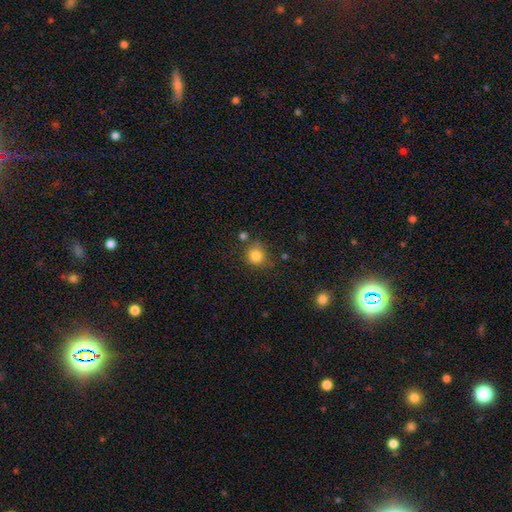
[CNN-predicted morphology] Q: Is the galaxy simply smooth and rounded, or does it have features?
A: smooth — 83%.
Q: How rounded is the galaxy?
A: round — 87%.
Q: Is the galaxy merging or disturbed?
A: none — 74%.